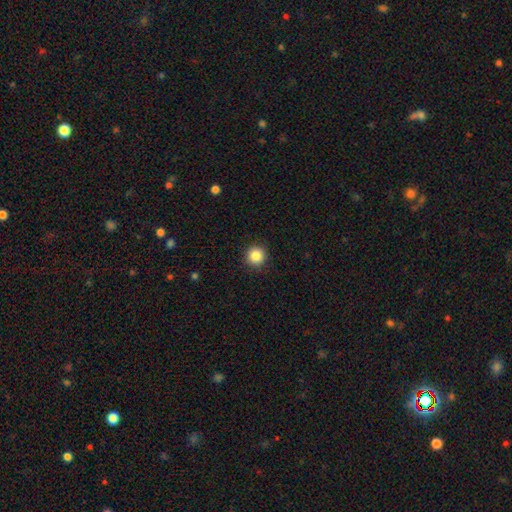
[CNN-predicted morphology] smooth-or-featured: smooth: 86% | star or artifact: 10% | featured or disk: 4%
  how-rounded: round: 95% | in between: 5% | cigar-shaped: 1%
  merging: none: 92% | minor disturbance: 6% | major disturbance: 2% | merger: 1%